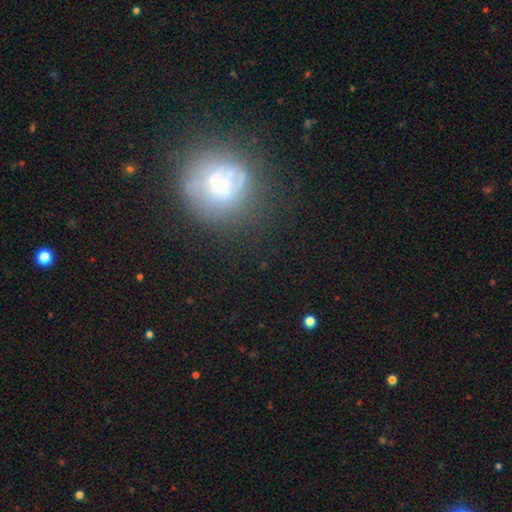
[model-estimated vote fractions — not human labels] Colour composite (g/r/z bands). It shows a smooth galaxy with no disk features (48%). Merging: none (80%).